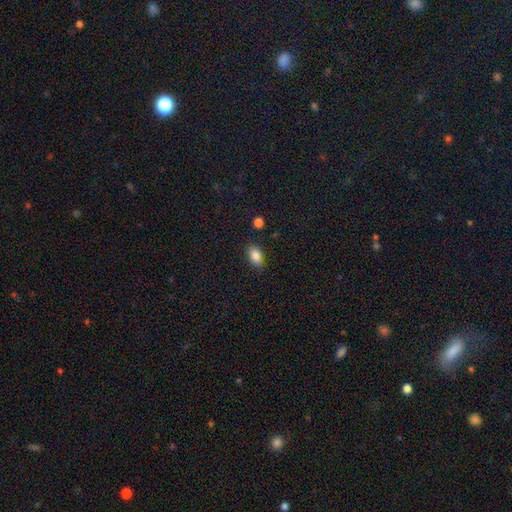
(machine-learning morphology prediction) Smooth or featured: smooth — 86% (star or artifact — 9%)
How rounded: in between — 87% (round — 10%)
Merging: none — 81% (minor disturbance — 15%)